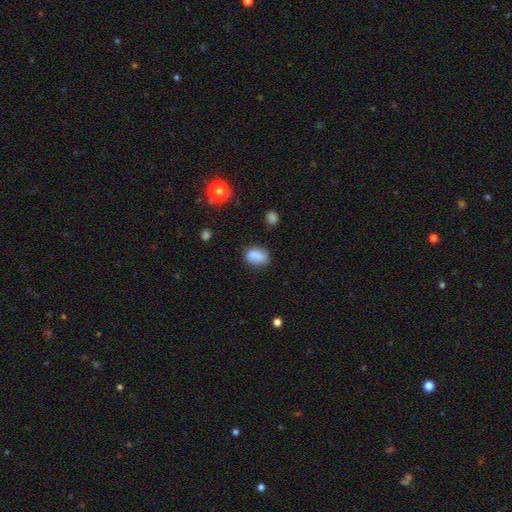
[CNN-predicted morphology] smooth-or-featured: smooth: 78% | featured or disk: 12% | star or artifact: 10%
  how-rounded: in between: 75% | round: 22% | cigar-shaped: 3%
  merging: none: 65% | minor disturbance: 21% | merger: 7% | major disturbance: 7%